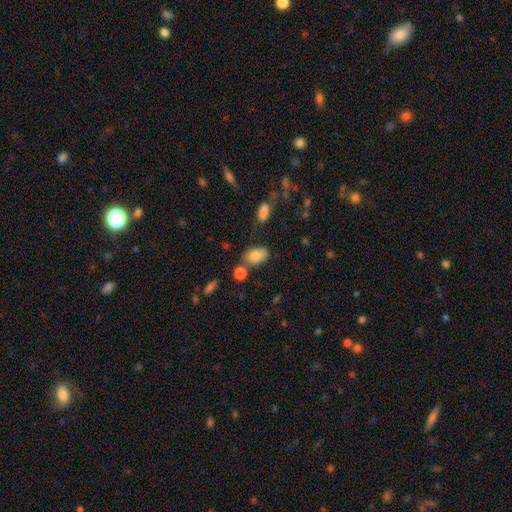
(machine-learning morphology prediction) Smooth or featured? smooth (82%)
How rounded? in between (85%)
Merging? none (60%)